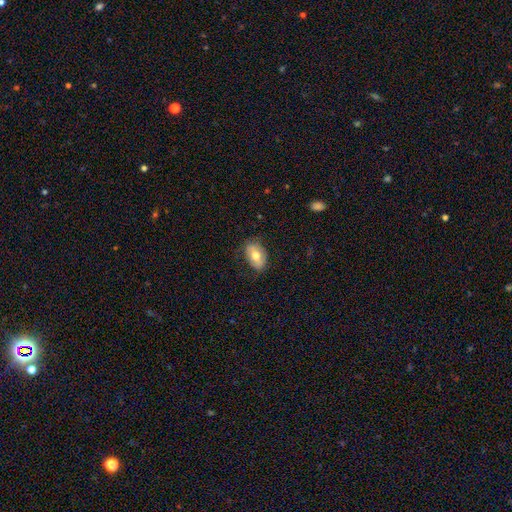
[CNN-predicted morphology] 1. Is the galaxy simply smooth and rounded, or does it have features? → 67% smooth, 26% featured or disk, 7% star or artifact.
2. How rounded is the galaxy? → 89% in between, 9% round, 2% cigar-shaped.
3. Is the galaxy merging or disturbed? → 77% none, 18% minor disturbance, 4% major disturbance, 1% merger.